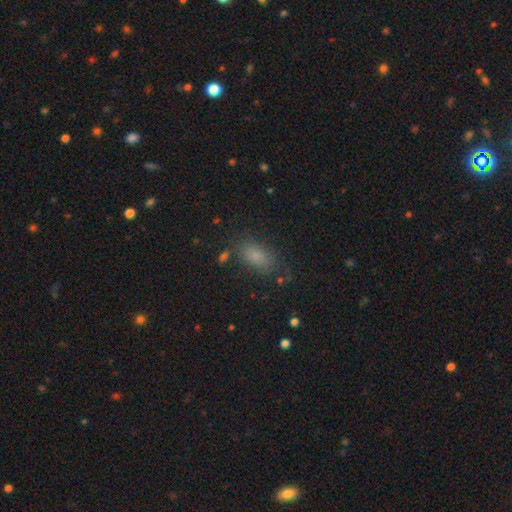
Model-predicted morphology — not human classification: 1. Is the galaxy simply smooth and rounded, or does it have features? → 81% smooth, 13% star or artifact, 6% featured or disk.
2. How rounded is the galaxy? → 87% in between, 7% cigar-shaped, 6% round.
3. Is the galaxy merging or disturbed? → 77% none, 14% minor disturbance, 6% major disturbance, 3% merger.